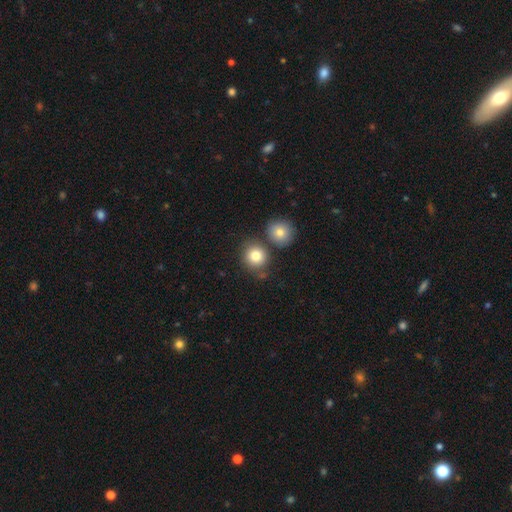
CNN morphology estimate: The model was most divided on "merging": none: 70%, merger: 18%, minor disturbance: 9%, major disturbance: 3%. More confident: how rounded — round (89%); smooth or featured — smooth (81%).